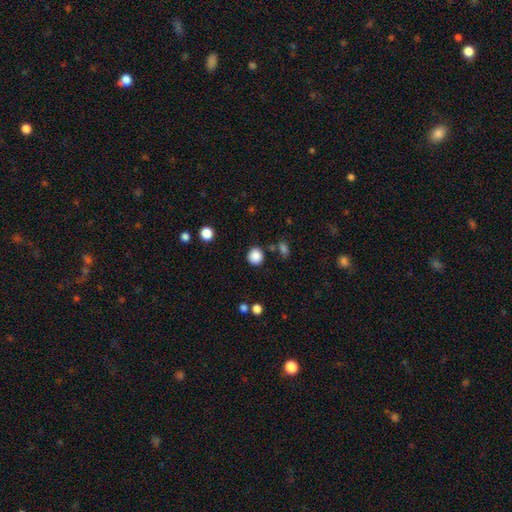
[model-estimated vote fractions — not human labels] smooth 87%, star or artifact 10%, featured or disk 3%. Down the decision tree: how rounded — round (90%); merging — none (85%).